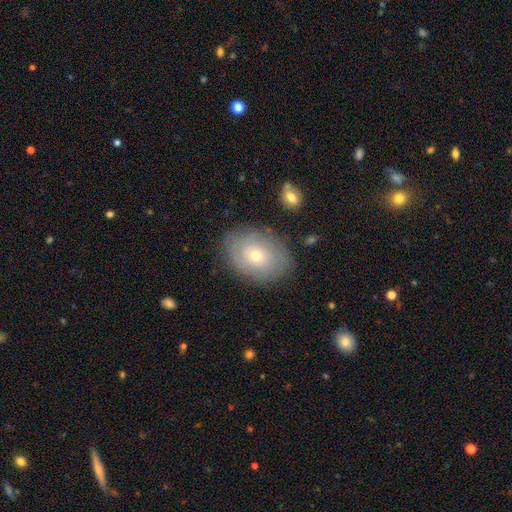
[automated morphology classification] featured or disk 49%, smooth 42%, star or artifact 9%. Down the decision tree: merging — none (81%).